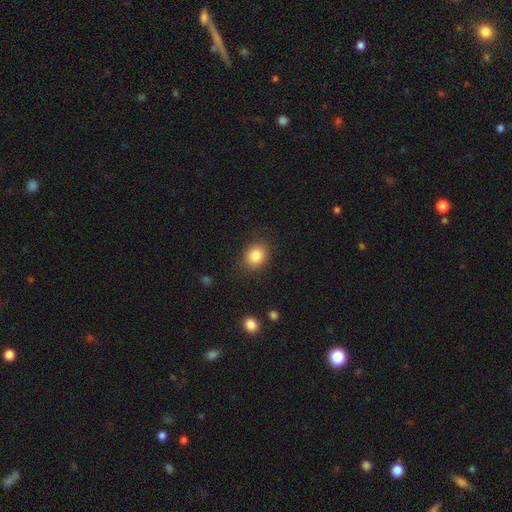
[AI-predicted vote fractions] Smooth or featured: smooth — 85% (star or artifact — 9%)
How rounded: round — 59% (in between — 40%)
Merging: none — 86% (minor disturbance — 9%)